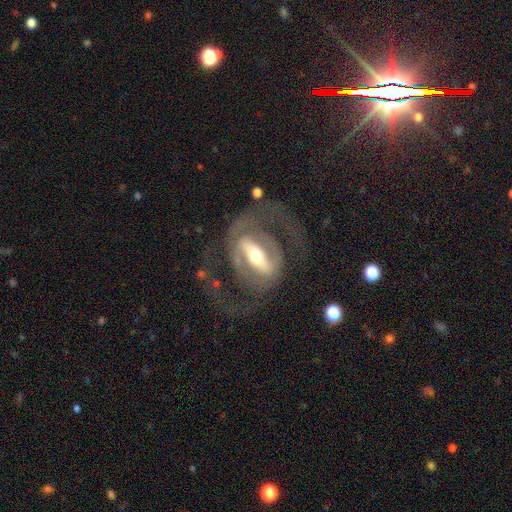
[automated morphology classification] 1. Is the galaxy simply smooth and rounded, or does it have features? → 86% featured or disk, 10% smooth, 4% star or artifact.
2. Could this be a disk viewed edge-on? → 91% no, 9% yes.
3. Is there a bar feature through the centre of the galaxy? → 75% strong, 17% weak, 8% no.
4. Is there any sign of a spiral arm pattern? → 78% yes, 22% no.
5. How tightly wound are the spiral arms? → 47% medium, 27% tight, 25% loose.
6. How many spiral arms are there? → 86% 2, 6% can't tell, 4% 1, 1% 3, 1% 4, 1% more than 4.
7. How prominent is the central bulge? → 62% moderate, 21% small, 14% large, 2% dominant, 1% none.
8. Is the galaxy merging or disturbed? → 59% none, 26% major disturbance, 13% minor disturbance, 2% merger.